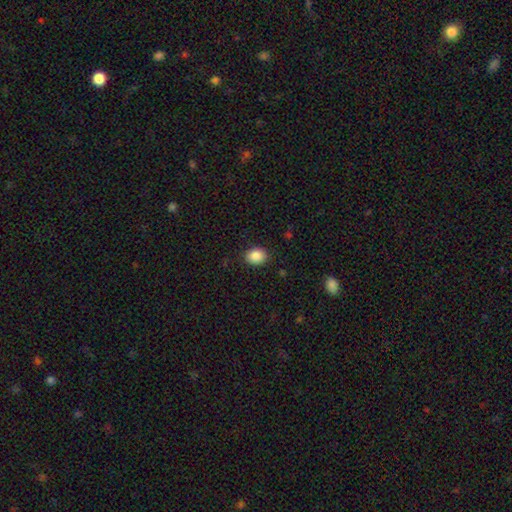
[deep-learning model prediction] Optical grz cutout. It shows a smooth galaxy with no disk features (88%) that is in between round and cigar-shaped (53%). Merging: none (88%).